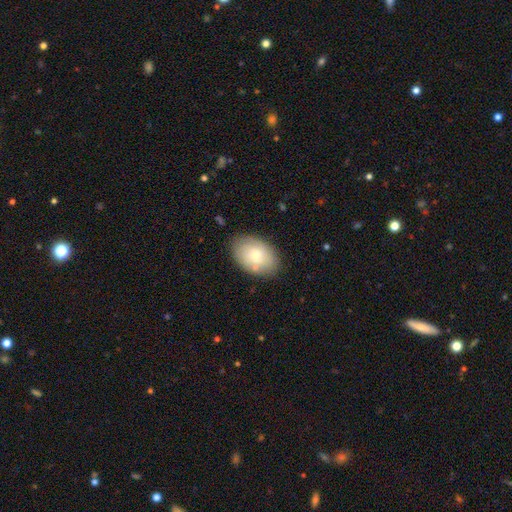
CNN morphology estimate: Smooth or featured: smooth — 68% (featured or disk — 25%)
How rounded: in between — 86% (round — 13%)
Merging: none — 79% (minor disturbance — 14%)